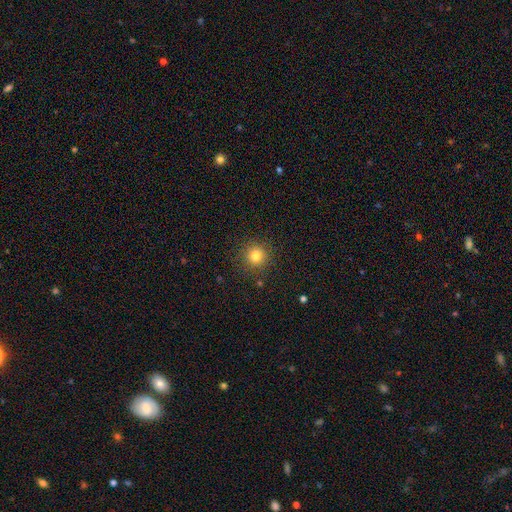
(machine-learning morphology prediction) smooth-or-featured: smooth: 79% | star or artifact: 14% | featured or disk: 7%
  how-rounded: round: 94% | in between: 5% | cigar-shaped: 1%
  merging: none: 89% | minor disturbance: 7% | major disturbance: 3% | merger: 1%